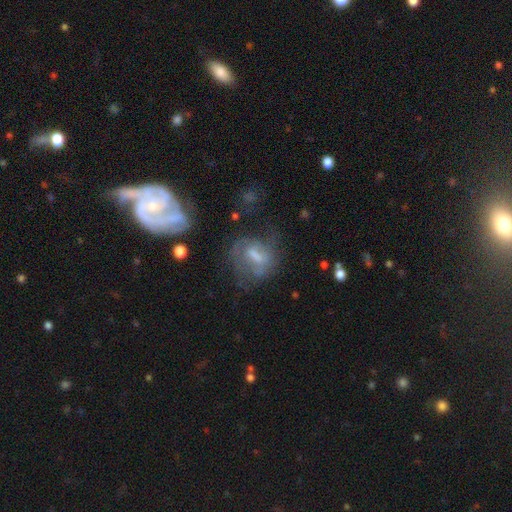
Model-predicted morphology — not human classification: This appears to be a featured or disk galaxy (50%). Merging: none (45%).